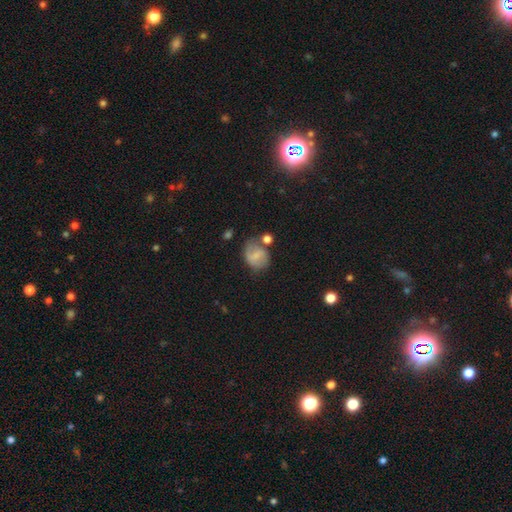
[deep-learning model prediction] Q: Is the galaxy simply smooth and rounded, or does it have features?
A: smooth — 57%.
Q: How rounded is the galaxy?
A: round — 54%.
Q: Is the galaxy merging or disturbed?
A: none — 55%.